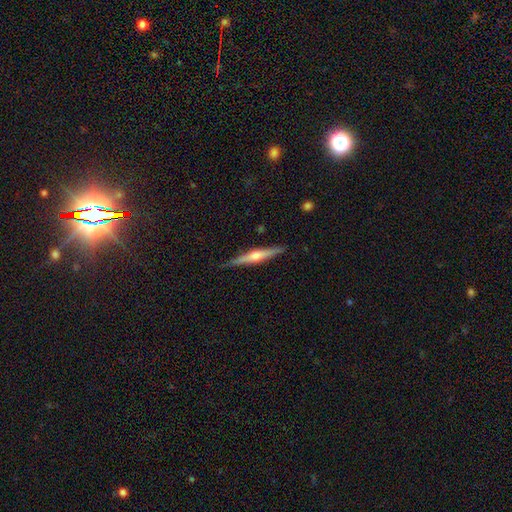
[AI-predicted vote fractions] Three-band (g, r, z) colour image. It shows a featured or disk galaxy (69%) viewed edge-on (98%) with a rounded central bulge (82%). Merging: none (88%).